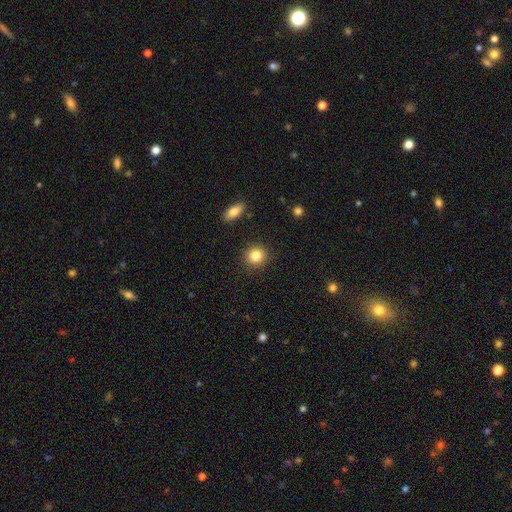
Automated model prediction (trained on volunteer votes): Smooth or featured: smooth — 85% (star or artifact — 9%)
How rounded: round — 86% (in between — 13%)
Merging: none — 90% (minor disturbance — 6%)